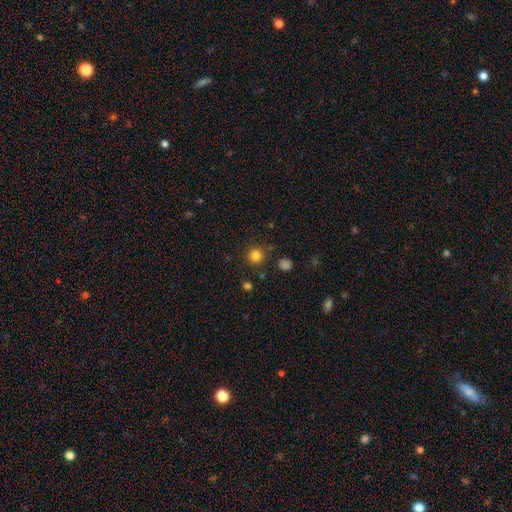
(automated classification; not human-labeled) Smooth or featured? Predicted: smooth (p=0.82). How rounded? Predicted: round (p=0.93). Merging? Predicted: none (p=0.86).